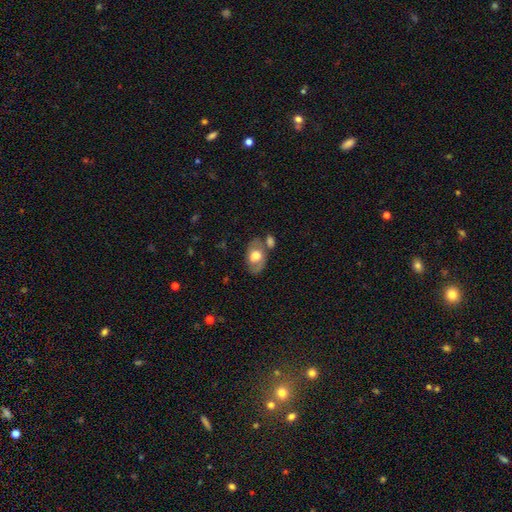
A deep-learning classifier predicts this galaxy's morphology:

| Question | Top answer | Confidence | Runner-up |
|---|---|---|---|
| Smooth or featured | smooth | 59% | featured or disk (34%) |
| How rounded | in between | 86% | round (13%) |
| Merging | none | 59% | minor disturbance (18%) |